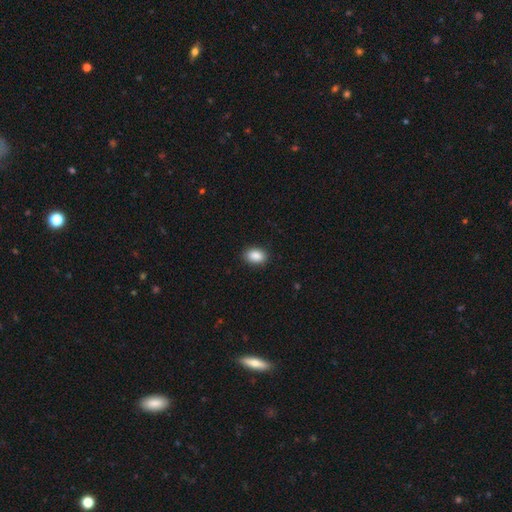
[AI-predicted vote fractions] Smooth or featured?
  - smooth: 89% *
  - star or artifact: 8%
  - featured or disk: 4%
How rounded?
  - in between: 80% *
  - round: 19%
  - cigar-shaped: 1%
Merging?
  - none: 89% *
  - minor disturbance: 8%
  - major disturbance: 2%
  - merger: 1%